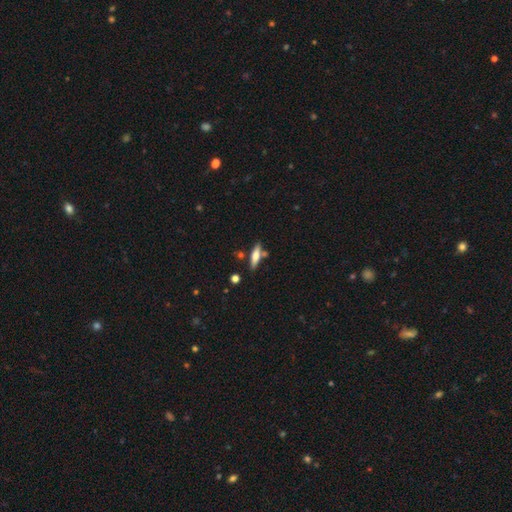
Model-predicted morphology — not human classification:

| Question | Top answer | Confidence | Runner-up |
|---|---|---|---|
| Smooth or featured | smooth | 53% | featured or disk (40%) |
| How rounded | cigar-shaped | 71% | in between (27%) |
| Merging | none | 77% | minor disturbance (12%) |